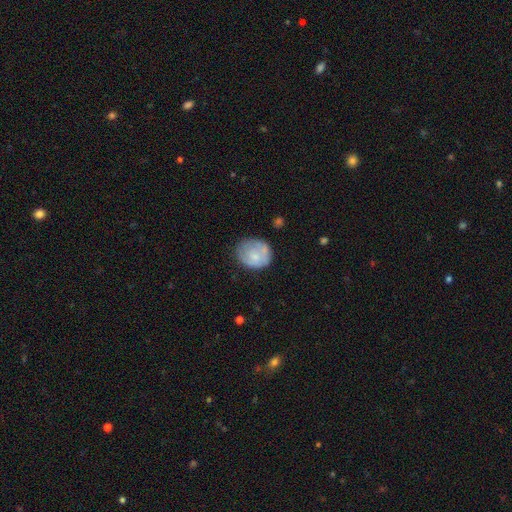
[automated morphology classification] Smooth or featured: smooth — 65% (featured or disk — 28%)
How rounded: round — 64% (in between — 35%)
Merging: none — 61% (minor disturbance — 26%)